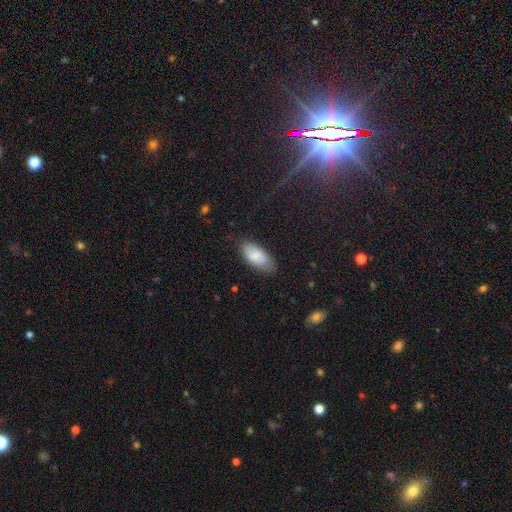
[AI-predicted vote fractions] Smooth or featured? Predicted: smooth (p=0.82). How rounded? Predicted: in between (p=0.90). Merging? Predicted: none (p=0.76).